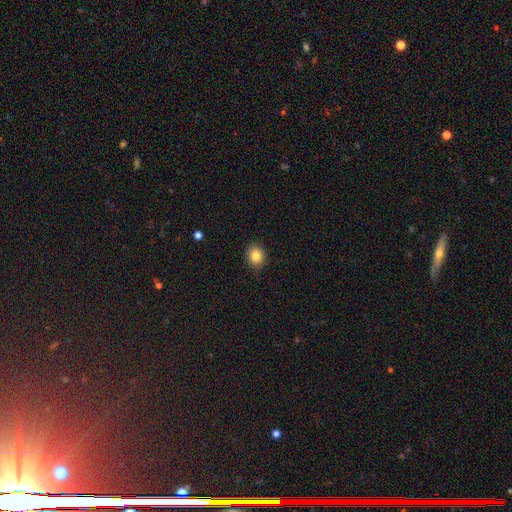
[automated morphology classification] The model was most divided on "how rounded": round: 67%, in between: 32%, cigar-shaped: 1%. More confident: merging — none (85%); smooth or featured — smooth (84%).